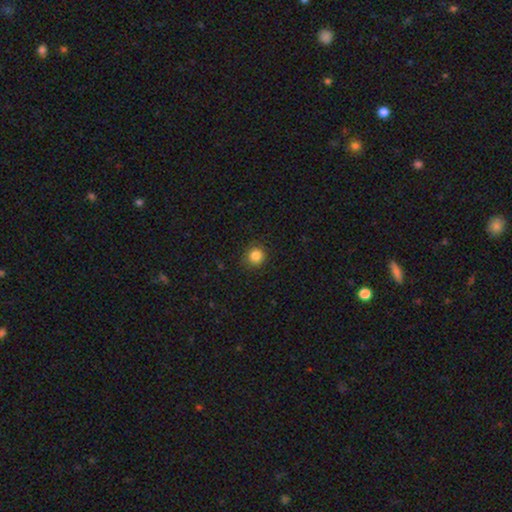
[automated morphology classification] A smooth galaxy with no disk features (85%) that is round (92%).

Vote fractions:
- Smooth or featured? smooth: 85% / star or artifact: 11% / featured or disk: 4%
- How rounded? round: 92% / in between: 7% / cigar-shaped: 1%
- Merging? none: 88% / minor disturbance: 9% / major disturbance: 2% / merger: 1%